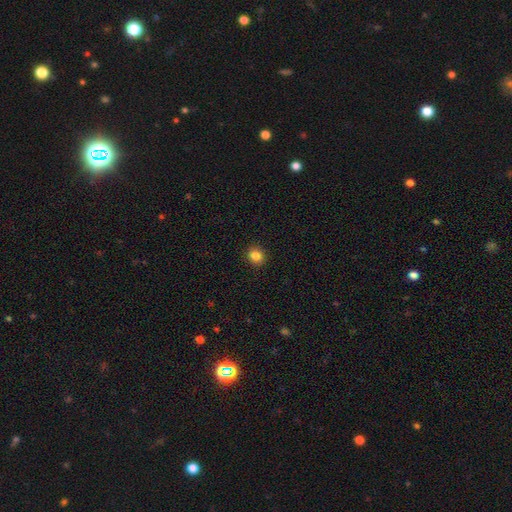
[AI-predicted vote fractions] smooth-or-featured: smooth: 85% | star or artifact: 11% | featured or disk: 4%
  how-rounded: round: 82% | in between: 17% | cigar-shaped: 1%
  merging: none: 92% | minor disturbance: 6% | major disturbance: 2% | merger: 1%